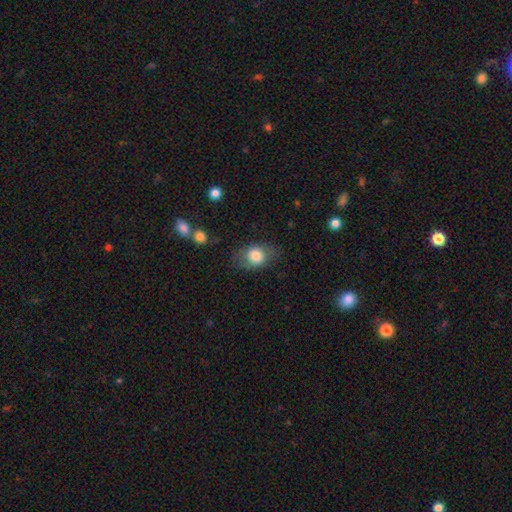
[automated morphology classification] Q: Smooth or featured?
A: smooth (78%); runner-up: featured or disk (14%)
Q: How rounded?
A: in between (62%); runner-up: round (36%)
Q: Merging?
A: none (71%); runner-up: minor disturbance (18%)